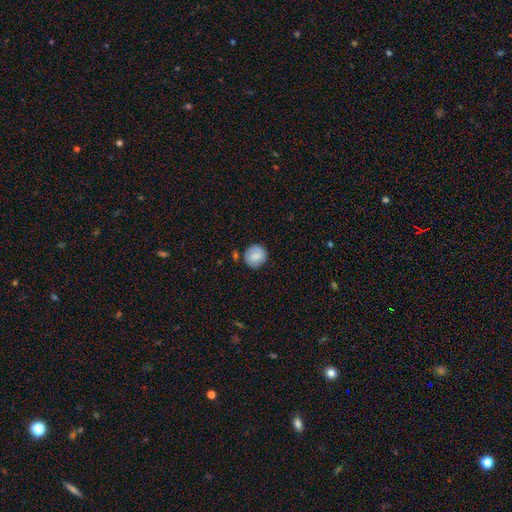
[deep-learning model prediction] A smooth galaxy with no disk features (77%) that is round (91%). Merging: none (81%).